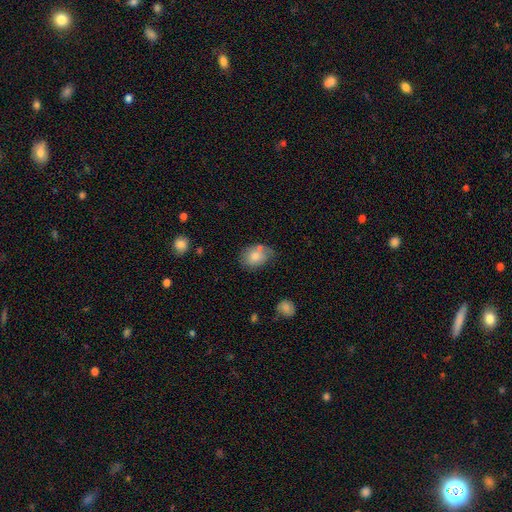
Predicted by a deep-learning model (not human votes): Smooth or featured? smooth (77%)
How rounded? in between (68%)
Merging? none (51%)